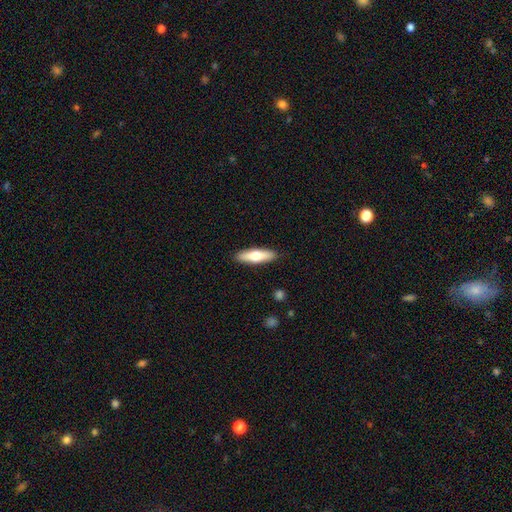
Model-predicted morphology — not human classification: smooth_or_featured: smooth (p=0.61) [alt: featured or disk p=0.34]
how_rounded: cigar-shaped (p=0.60) [alt: in between p=0.38]
merging: none (p=0.89) [alt: minor disturbance p=0.08]